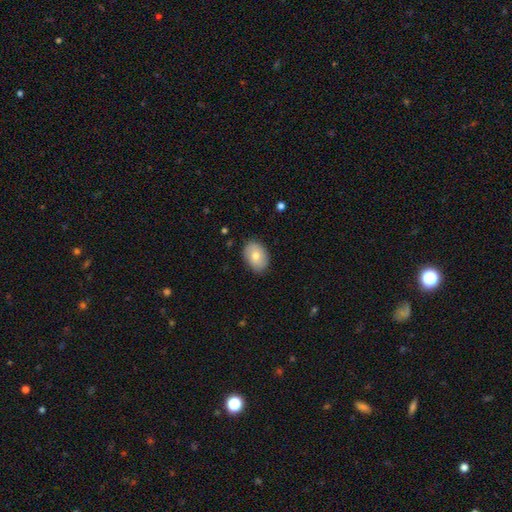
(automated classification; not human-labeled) A smooth galaxy with no disk features (74%) that is in between round and cigar-shaped (81%).

Vote fractions:
- Smooth or featured? smooth: 74% / featured or disk: 19% / star or artifact: 7%
- How rounded? in between: 81% / round: 18% / cigar-shaped: 1%
- Merging? none: 85% / minor disturbance: 11% / major disturbance: 2% / merger: 1%